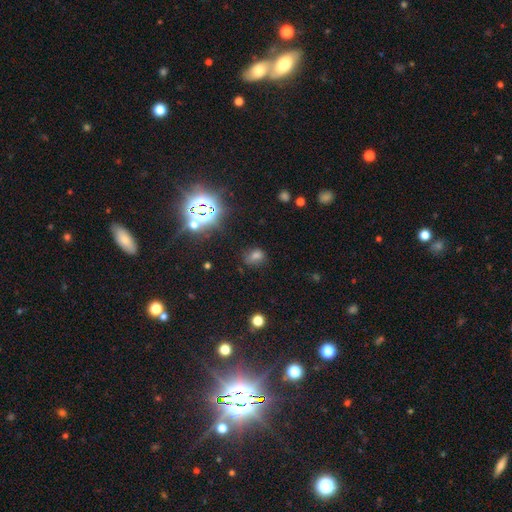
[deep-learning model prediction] Smooth or featured? smooth (56%)
How rounded? in between (57%)
Merging? none (69%)